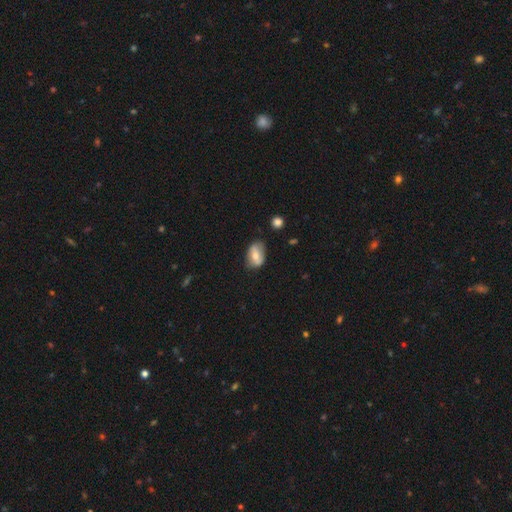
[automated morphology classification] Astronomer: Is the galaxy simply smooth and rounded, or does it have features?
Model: smooth — 58% (runner-up: featured or disk, 35%).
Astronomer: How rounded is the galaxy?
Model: in between — 87%.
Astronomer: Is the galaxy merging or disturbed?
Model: none — 69%.